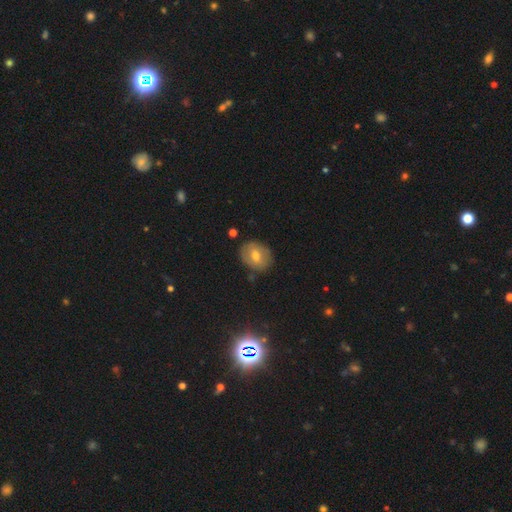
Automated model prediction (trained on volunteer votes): Morphology: type=smooth (57%); roundness=round (54%); merging=none (83%).